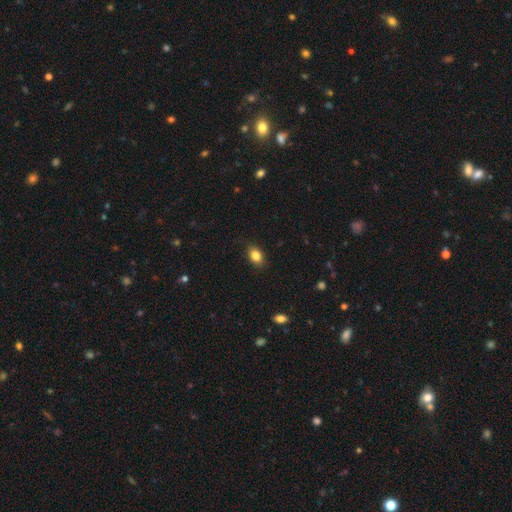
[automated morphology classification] smooth_or_featured: smooth (p=0.85) [alt: star or artifact p=0.09]
how_rounded: in between (p=0.78) [alt: round p=0.20]
merging: none (p=0.85) [alt: minor disturbance p=0.12]